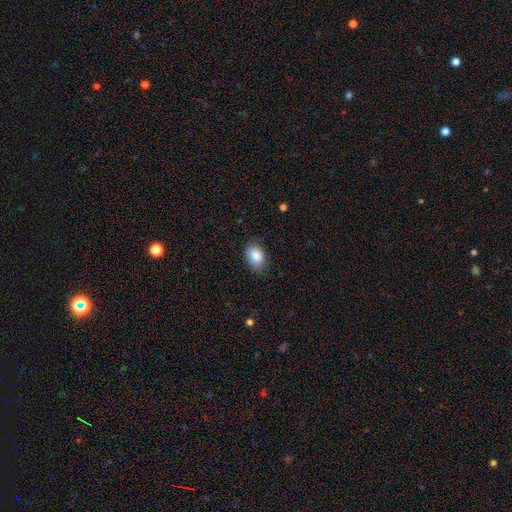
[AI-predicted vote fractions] This is clearly a smooth galaxy (86%). How rounded: clearly in between (81%). Merging: likely none (78%).